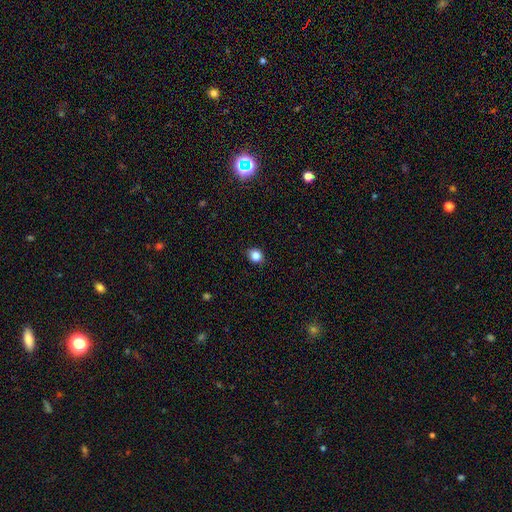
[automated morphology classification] A smooth galaxy with no disk features (85%) that is round (65%). Merging: none (89%).